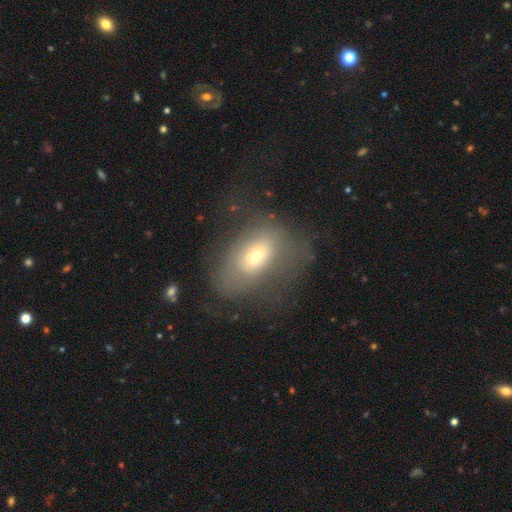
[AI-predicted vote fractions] Overall: smooth (54%; featured or disk 32%). How rounded: in between (72%). Merging: none (45%; major disturbance 30%).